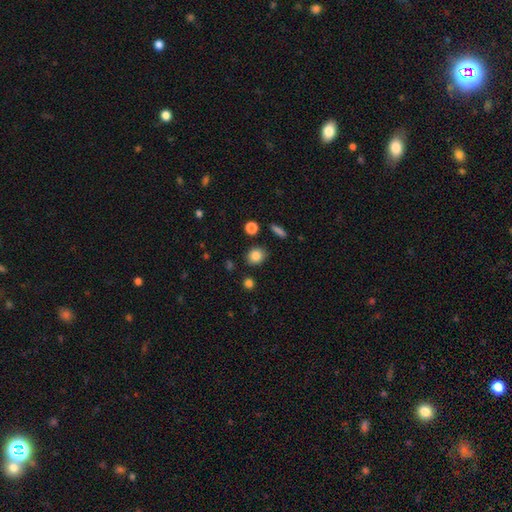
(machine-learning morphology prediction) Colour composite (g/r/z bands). It shows a smooth galaxy with no disk features (85%) that is round (68%). Merging: none (85%).